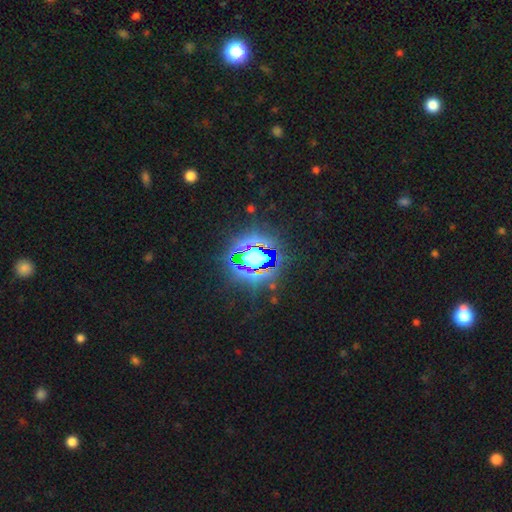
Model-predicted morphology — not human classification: Smooth or featured? star or artifact (77%)